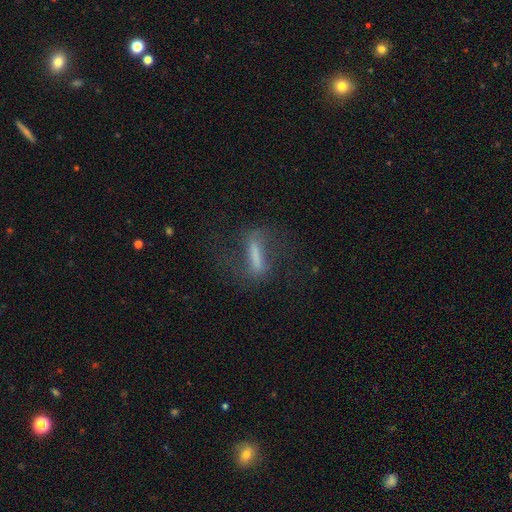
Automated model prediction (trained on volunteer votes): Morphology: type=featured or disk (48%); merging=none (60%).